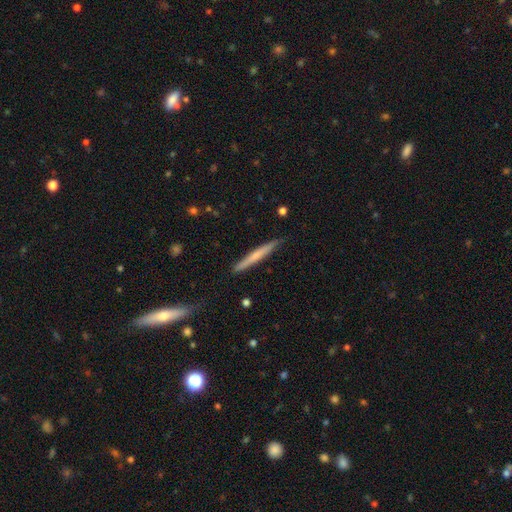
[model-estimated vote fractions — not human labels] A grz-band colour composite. It shows a smooth galaxy with no disk features (51%) that is cigar-shaped (96%). Merging: none (87%).